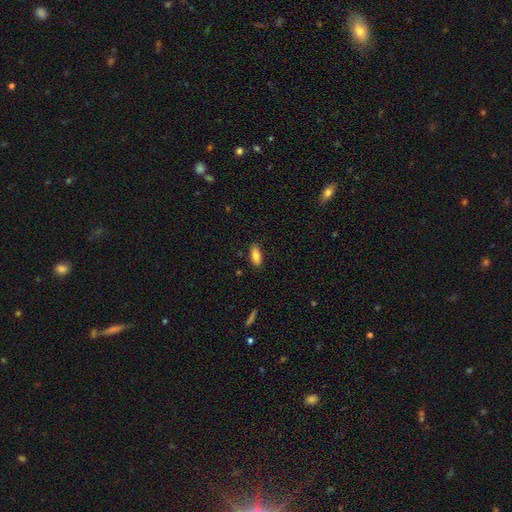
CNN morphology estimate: A smooth galaxy with no disk features (82%) that is in between round and cigar-shaped (87%). Merging: none (86%).